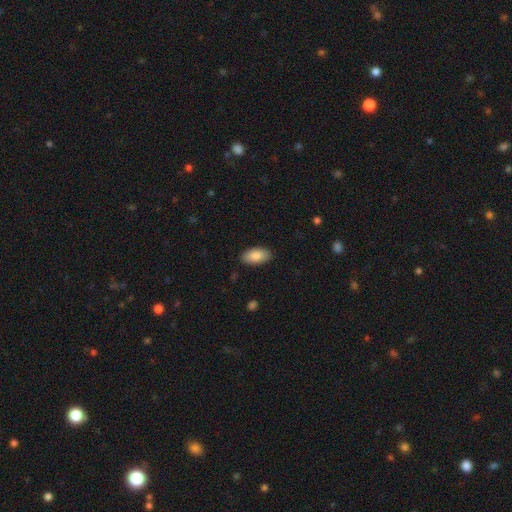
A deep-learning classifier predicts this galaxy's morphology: Smooth or featured? Predicted: smooth (p=0.85). How rounded? Predicted: in between (p=0.94). Merging? Predicted: none (p=0.88).